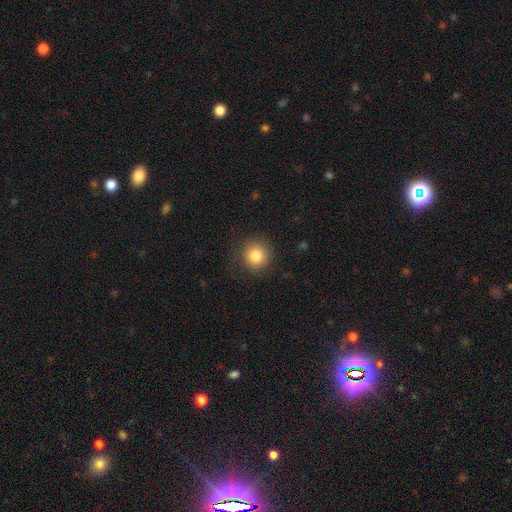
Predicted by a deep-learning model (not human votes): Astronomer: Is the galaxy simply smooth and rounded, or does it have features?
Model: smooth — 82%.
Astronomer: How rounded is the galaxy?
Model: round — 92%.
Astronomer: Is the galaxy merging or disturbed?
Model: none — 87%.